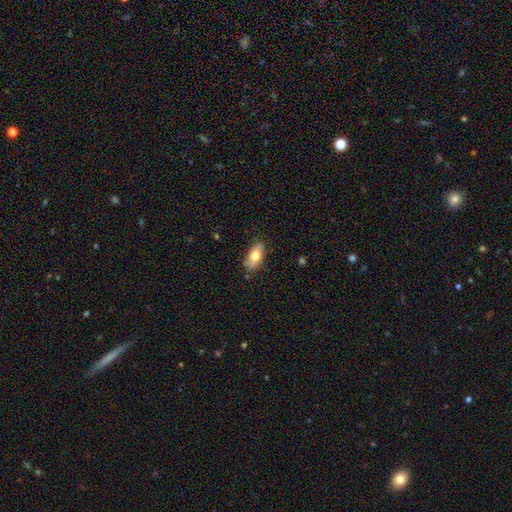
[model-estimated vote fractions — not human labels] smooth-or-featured: smooth: 70% | featured or disk: 23% | star or artifact: 6%
  how-rounded: in between: 86% | cigar-shaped: 10% | round: 4%
  merging: none: 81% | minor disturbance: 15% | major disturbance: 3% | merger: 2%